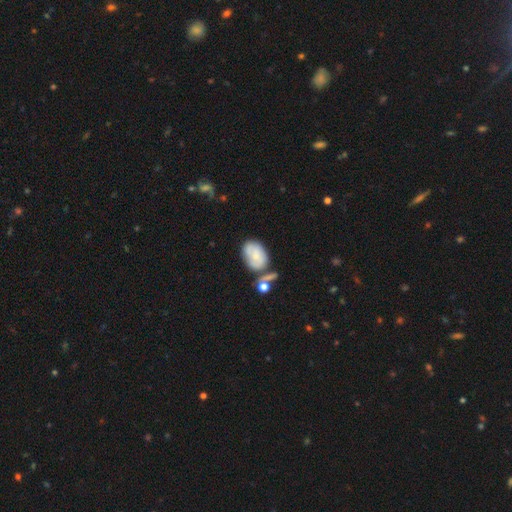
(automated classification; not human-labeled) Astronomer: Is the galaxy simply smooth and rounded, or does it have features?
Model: smooth — 65%.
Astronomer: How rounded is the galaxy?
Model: in between — 82%.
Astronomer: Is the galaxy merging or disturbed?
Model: none — 42% (runner-up: minor disturbance, 25%).